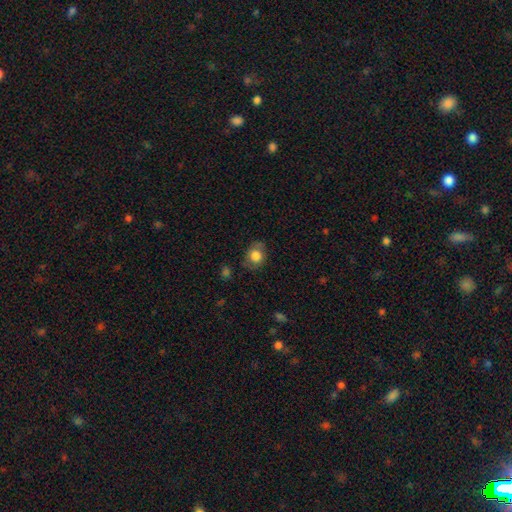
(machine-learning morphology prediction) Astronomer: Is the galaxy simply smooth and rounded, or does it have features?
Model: smooth — 79%.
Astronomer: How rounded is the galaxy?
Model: round — 63%.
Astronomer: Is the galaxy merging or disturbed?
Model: none — 72%.